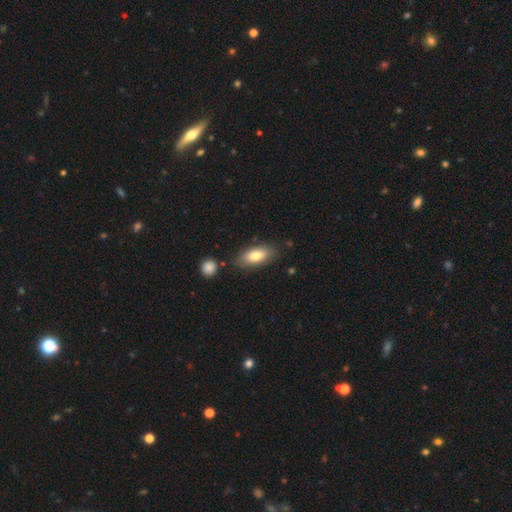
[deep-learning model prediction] The model was most divided on "smooth or featured": smooth: 77%, featured or disk: 16%, star or artifact: 7%. More confident: how rounded — in between (84%); merging — none (79%).